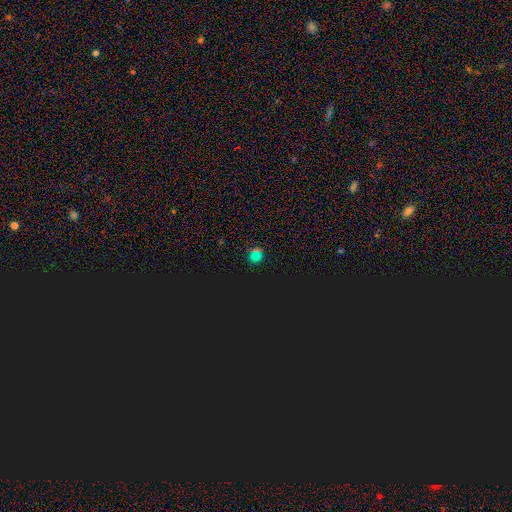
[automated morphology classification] Q: Smooth or featured?
A: star or artifact (48%); runner-up: smooth (45%)